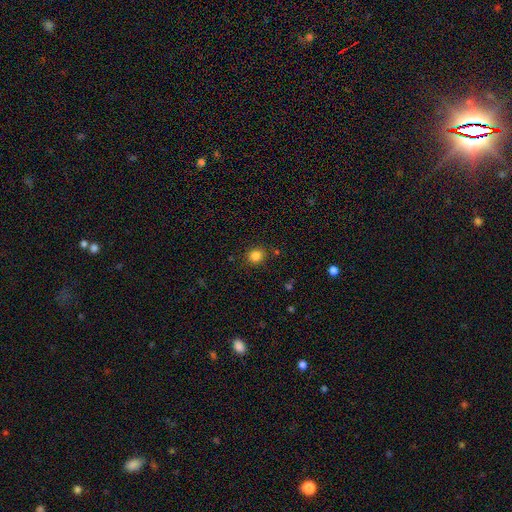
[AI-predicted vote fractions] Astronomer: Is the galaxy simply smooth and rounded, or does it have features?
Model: smooth — 83%.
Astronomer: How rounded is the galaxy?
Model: round — 80%.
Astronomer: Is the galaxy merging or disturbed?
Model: none — 87%.